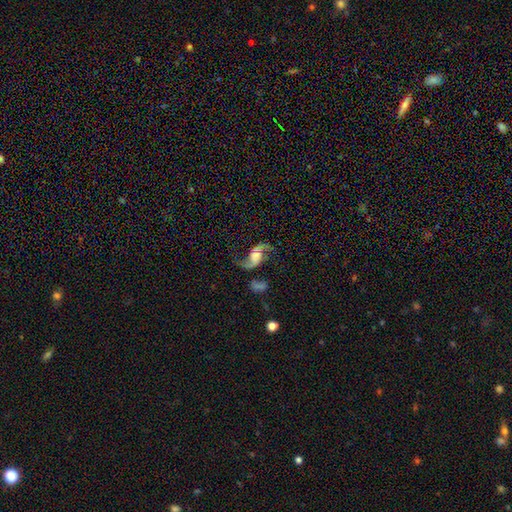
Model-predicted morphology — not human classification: This appears to be a featured or disk galaxy (87%) with no bar (51%), 2 (94%) loose (78%) spiral arms (97%) and a moderate central bulge (32%). Merging: none (69%).